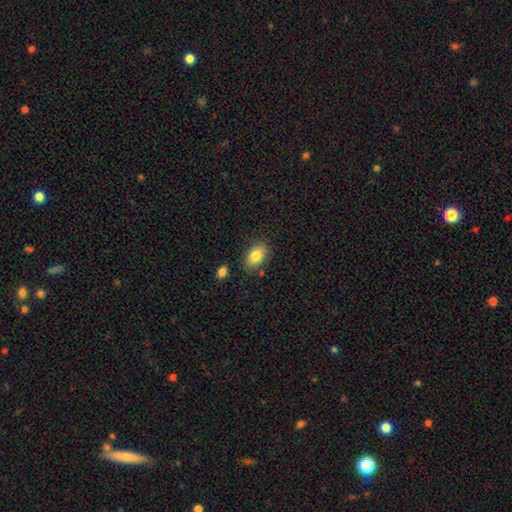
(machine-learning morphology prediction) Overall: smooth (84%). How rounded: in between (84%). Merging: none (82%).